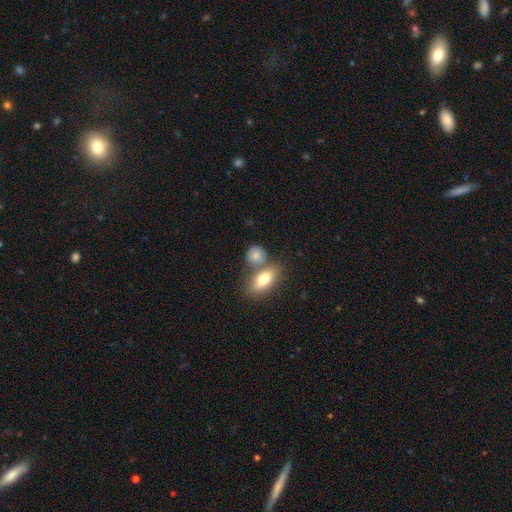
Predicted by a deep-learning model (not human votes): Smooth or featured?
  - smooth: 80% *
  - featured or disk: 12%
  - star or artifact: 8%
How rounded?
  - in between: 49% *
  - round: 45%
  - cigar-shaped: 5%
Merging?
  - none: 51% *
  - merger: 33%
  - minor disturbance: 12%
  - major disturbance: 4%